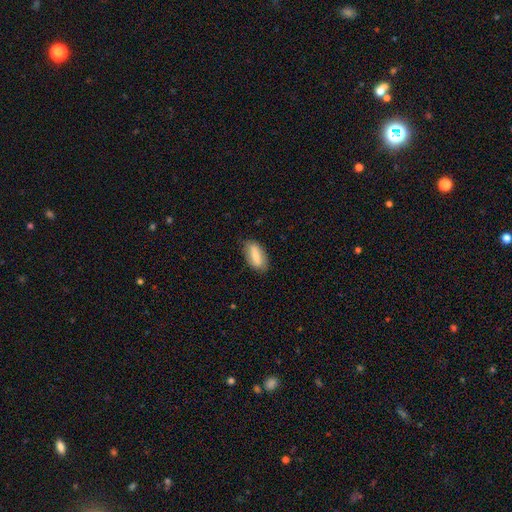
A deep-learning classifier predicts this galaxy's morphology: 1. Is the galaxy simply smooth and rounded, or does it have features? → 74% smooth, 19% featured or disk, 7% star or artifact.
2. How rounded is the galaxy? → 86% in between, 11% cigar-shaped, 3% round.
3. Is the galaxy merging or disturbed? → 81% none, 15% minor disturbance, 3% major disturbance, 1% merger.